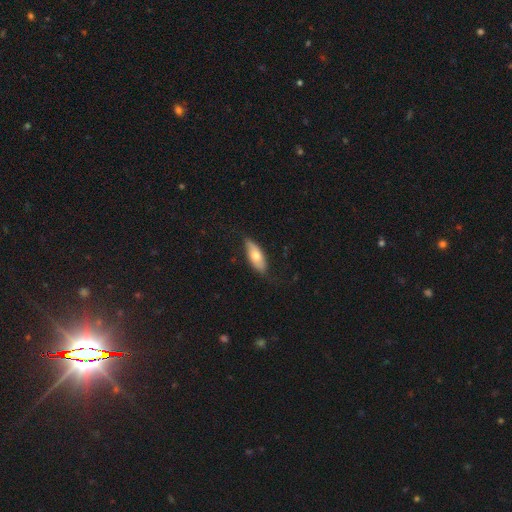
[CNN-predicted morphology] A smooth galaxy with no disk features (64%) that is in between round and cigar-shaped (76%). Merging: none (74%).